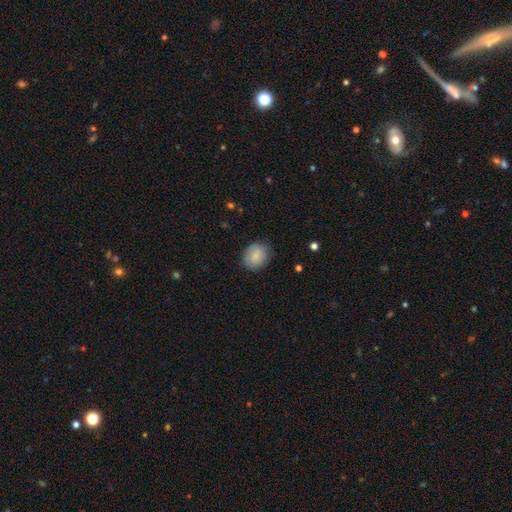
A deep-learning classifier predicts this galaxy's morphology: Smooth or featured? smooth (85%)
How rounded? round (56%)
Merging? none (80%)